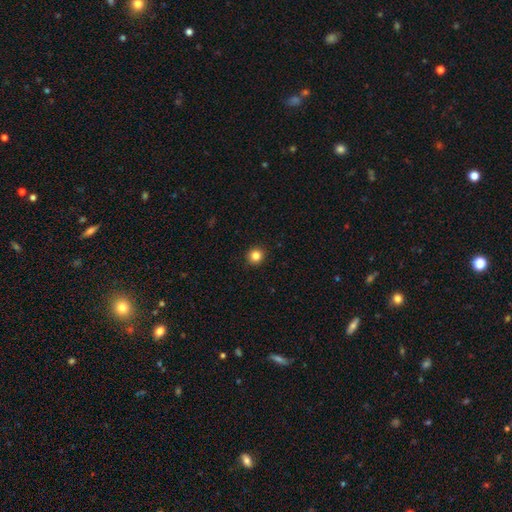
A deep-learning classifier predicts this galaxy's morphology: Overall: smooth (84%). How rounded: round (93%). Merging: none (93%).